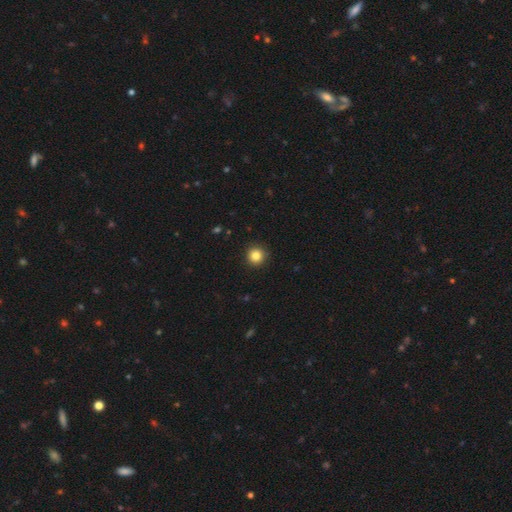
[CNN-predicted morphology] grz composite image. It shows a smooth galaxy with no disk features (84%) that is round (95%). Merging: none (92%).